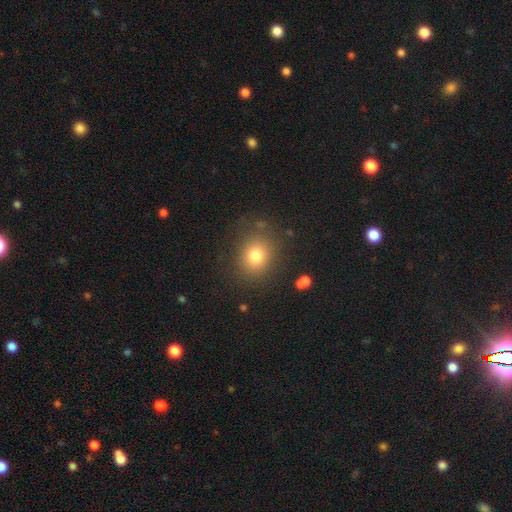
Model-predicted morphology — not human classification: Q: Smooth or featured?
A: smooth (78%); runner-up: star or artifact (13%)
Q: How rounded?
A: round (67%); runner-up: in between (32%)
Q: Merging?
A: none (81%); runner-up: minor disturbance (12%)